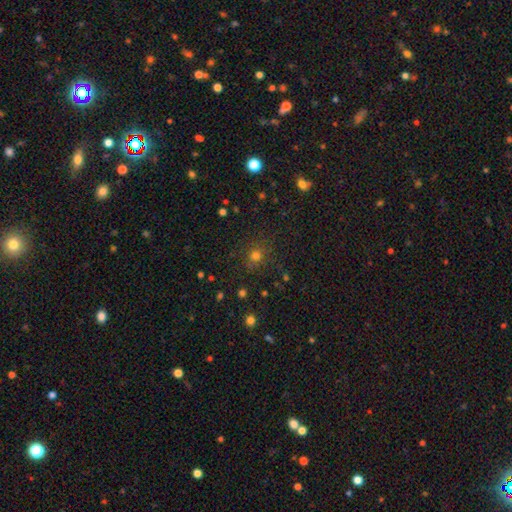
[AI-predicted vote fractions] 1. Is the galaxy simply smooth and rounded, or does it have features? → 69% smooth, 24% star or artifact, 6% featured or disk.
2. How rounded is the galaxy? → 81% round, 18% in between, 1% cigar-shaped.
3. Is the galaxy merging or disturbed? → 83% none, 11% minor disturbance, 4% major disturbance, 2% merger.